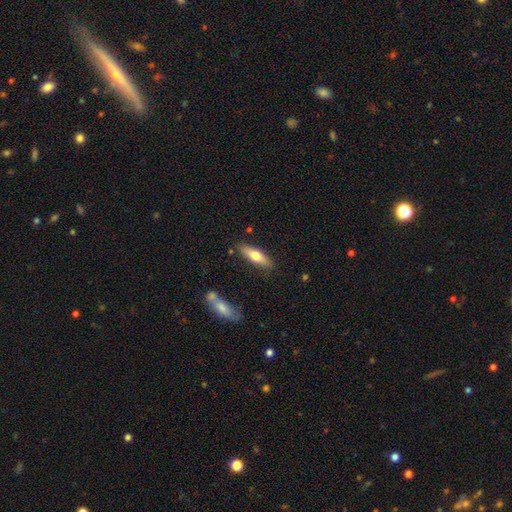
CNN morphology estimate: smooth_or_featured: smooth (p=0.63) [alt: featured or disk p=0.31]
how_rounded: cigar-shaped (p=0.55) [alt: in between p=0.43]
merging: none (p=0.82) [alt: minor disturbance p=0.12]